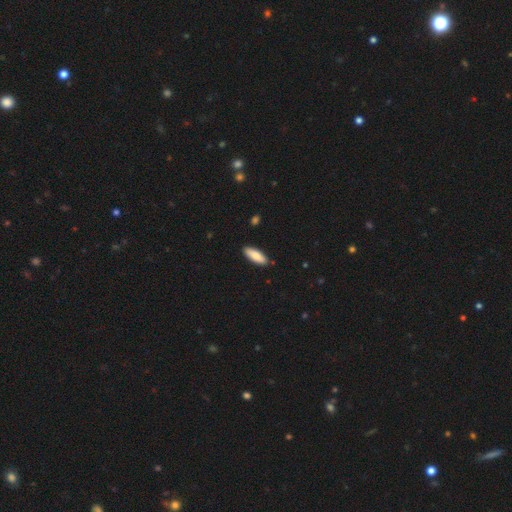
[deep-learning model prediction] smooth_or_featured: smooth (p=0.84) [alt: featured or disk p=0.11]
how_rounded: in between (p=0.65) [alt: cigar-shaped p=0.33]
merging: none (p=0.88) [alt: minor disturbance p=0.09]